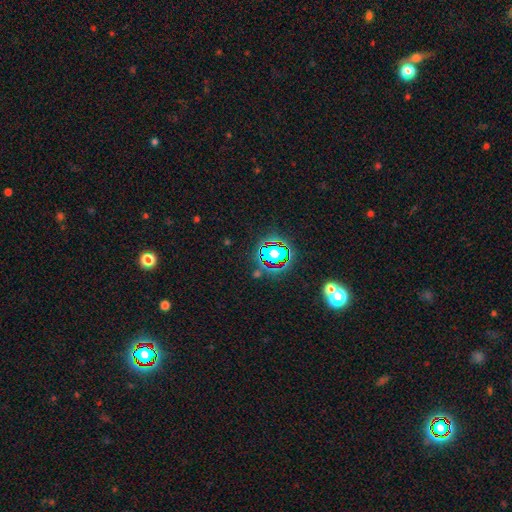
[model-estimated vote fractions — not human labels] Q: Smooth or featured?
A: star or artifact (80%); runner-up: smooth (12%)